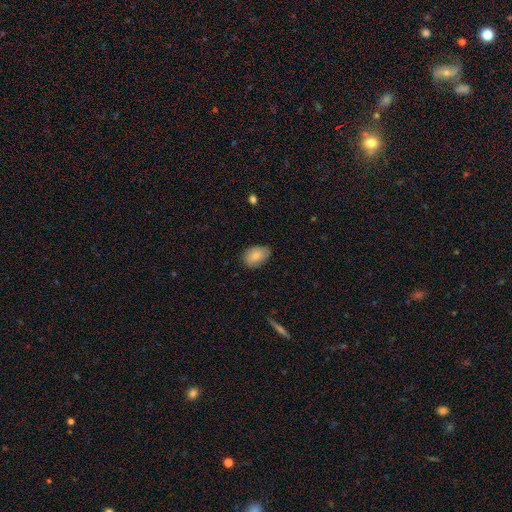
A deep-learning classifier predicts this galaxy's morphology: smooth_or_featured: smooth (p=0.82) [alt: featured or disk p=0.11]
how_rounded: in between (p=0.86) [alt: round p=0.12]
merging: none (p=0.78) [alt: minor disturbance p=0.18]